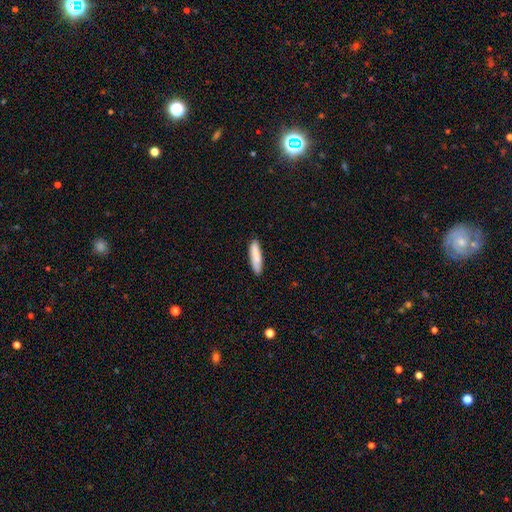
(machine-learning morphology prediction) smooth_or_featured: smooth (p=0.83) [alt: featured or disk p=0.11]
how_rounded: cigar-shaped (p=0.73) [alt: in between p=0.25]
merging: none (p=0.86) [alt: minor disturbance p=0.11]